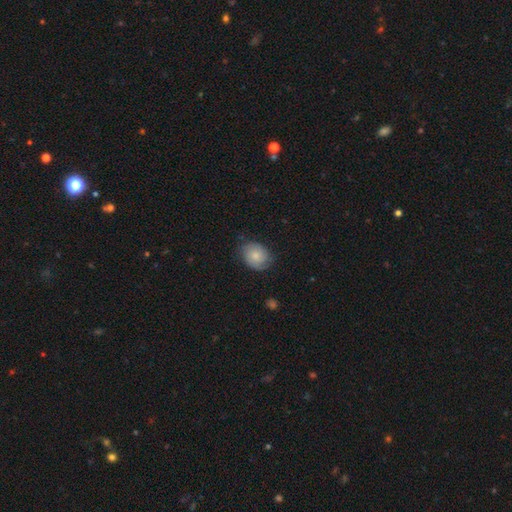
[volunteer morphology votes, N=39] Smooth or featured: smooth — 59% (featured or disk — 36%)
How rounded: round — 65% (in between — 35%)
Merging: none — 68% (minor disturbance — 24%)